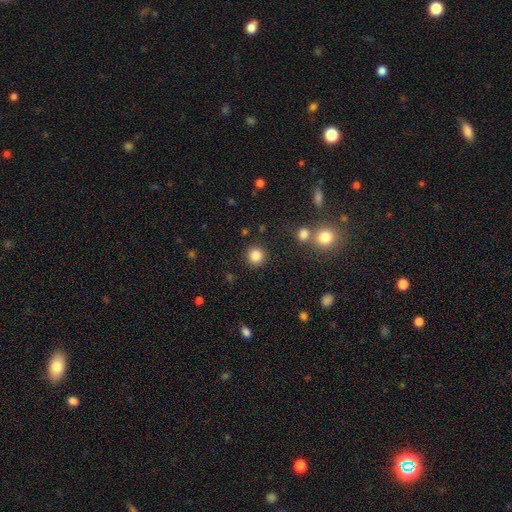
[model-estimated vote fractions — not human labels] Q: Smooth or featured?
A: smooth (84%); runner-up: star or artifact (11%)
Q: How rounded?
A: round (94%); runner-up: in between (5%)
Q: Merging?
A: none (89%); runner-up: minor disturbance (5%)